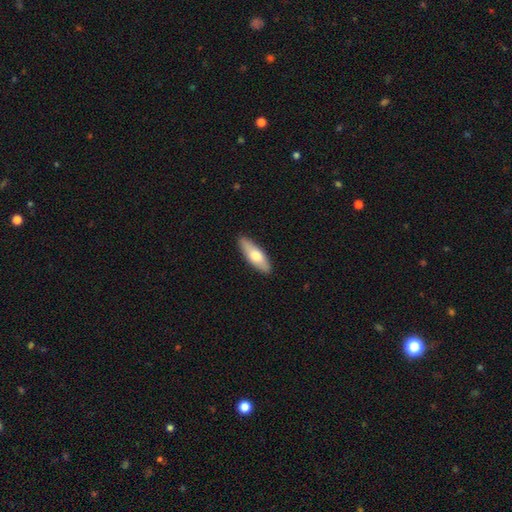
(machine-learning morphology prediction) A smooth galaxy with no disk features (66%) that is in between round and cigar-shaped (58%). Merging: none (89%).